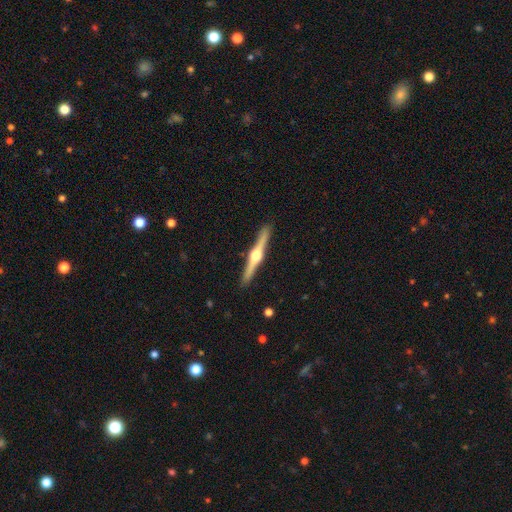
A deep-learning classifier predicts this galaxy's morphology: Smooth or featured: featured or disk — 83% (smooth — 13%)
Edge-on disk: yes — 99% (no — 1%)
Edge-on bulge: rounded — 96% (boxy — 3%)
Merging: none — 92% (minor disturbance — 6%)